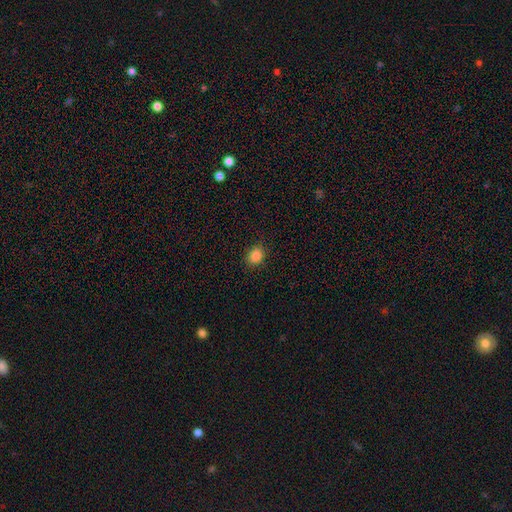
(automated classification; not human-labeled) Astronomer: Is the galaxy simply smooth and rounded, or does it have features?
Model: smooth — 85%.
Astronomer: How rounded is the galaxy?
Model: round — 65%.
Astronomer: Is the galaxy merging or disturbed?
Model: none — 87%.